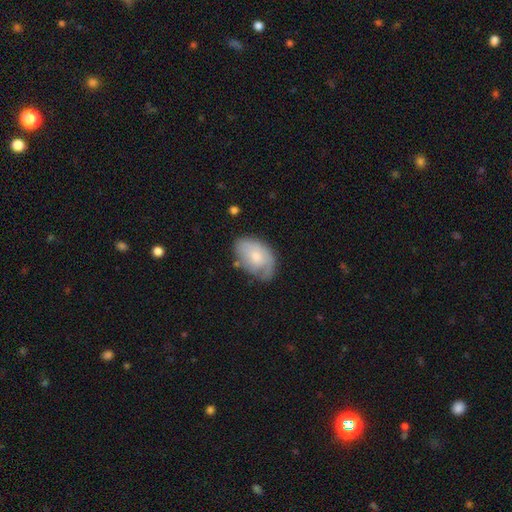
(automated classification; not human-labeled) This is likely a smooth galaxy (60%). How rounded: clearly in between (90%). Merging: possibly none (57%).